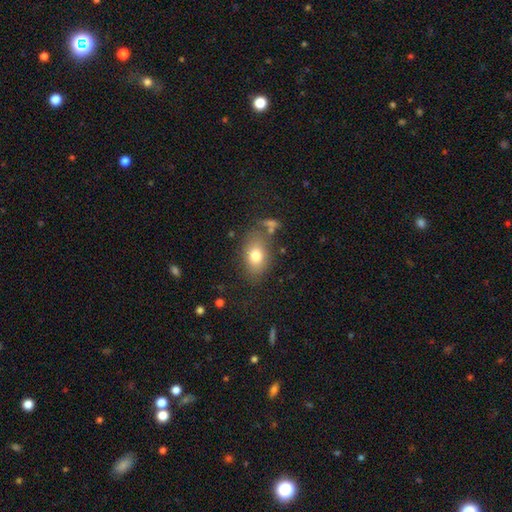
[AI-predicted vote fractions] Overall: smooth (77%). How rounded: in between (82%). Merging: none (70%).